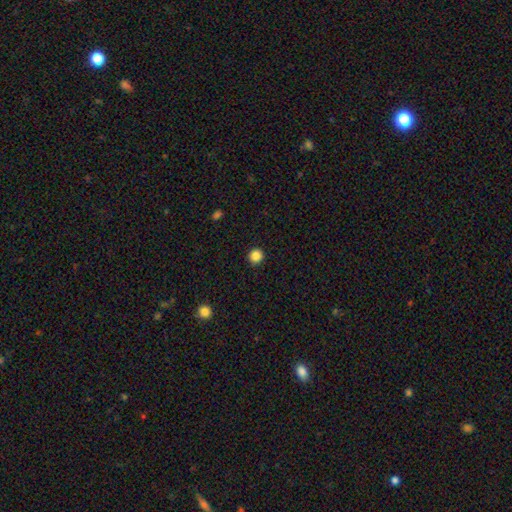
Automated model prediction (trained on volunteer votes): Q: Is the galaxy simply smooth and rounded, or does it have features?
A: smooth — 86%.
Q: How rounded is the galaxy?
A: round — 94%.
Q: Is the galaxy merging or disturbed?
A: none — 92%.